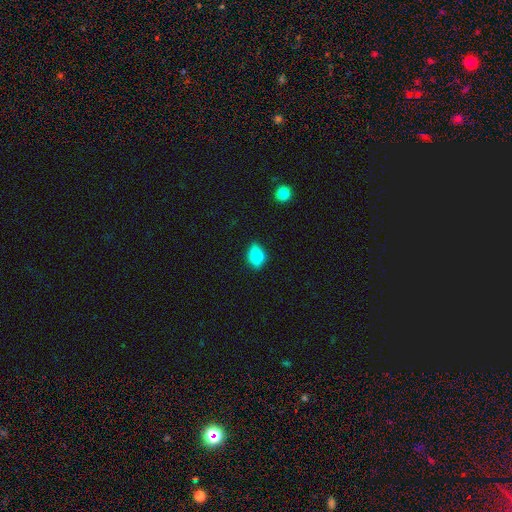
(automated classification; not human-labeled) Smooth or featured: smooth — 76% (featured or disk — 15%)
How rounded: in between — 75% (round — 22%)
Merging: none — 79% (minor disturbance — 16%)